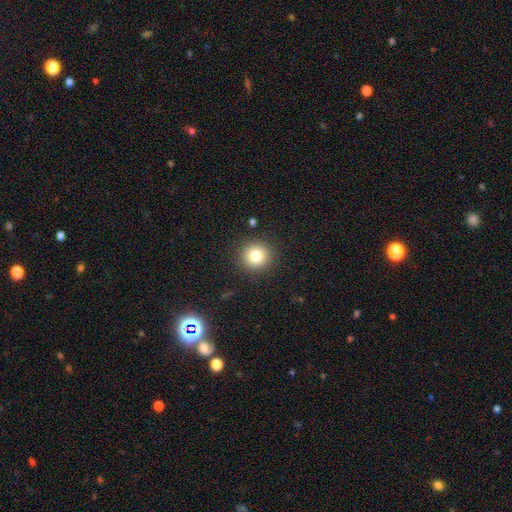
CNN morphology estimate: Q: Smooth or featured?
A: smooth (81%); runner-up: star or artifact (11%)
Q: How rounded?
A: round (93%); runner-up: in between (6%)
Q: Merging?
A: none (90%); runner-up: minor disturbance (6%)